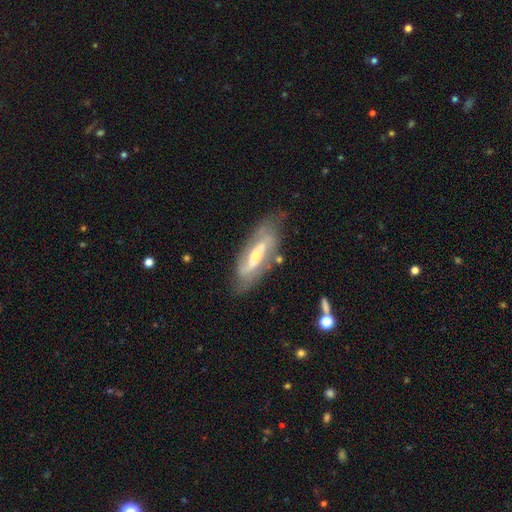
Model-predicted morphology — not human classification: This is likely a featured or disk galaxy (79%). It is clearly not viewed edge-on (82%). Bar: possibly strong (48%). Spiral arm pattern: clearly yes (83%). Spiral arm count: likely 2 (77%). Spiral winding: marginally medium (39%). Central bulge: possibly moderate (50%). Merging: likely none (71%).